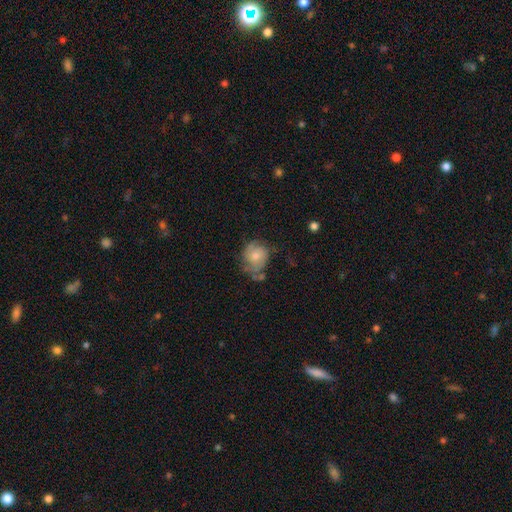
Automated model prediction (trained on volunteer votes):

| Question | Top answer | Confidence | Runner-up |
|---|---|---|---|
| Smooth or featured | smooth | 53% | featured or disk (39%) |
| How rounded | round | 68% | in between (31%) |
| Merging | none | 45% | minor disturbance (31%) |